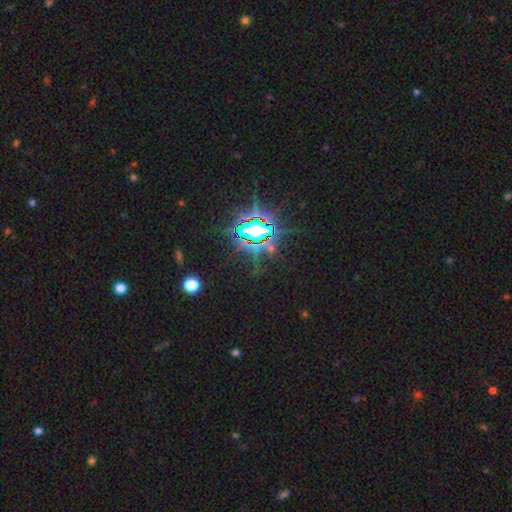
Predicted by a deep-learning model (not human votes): Smooth or featured? star or artifact (83%)